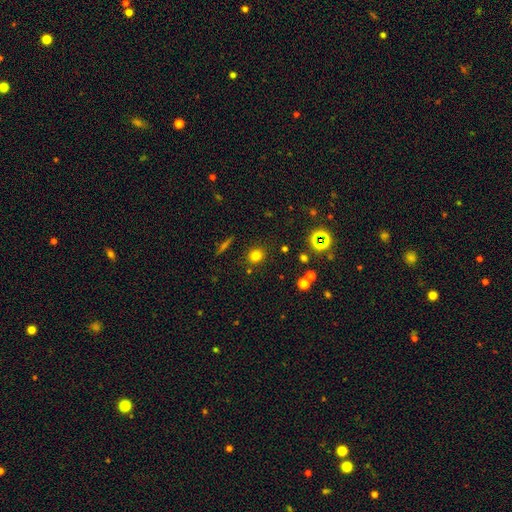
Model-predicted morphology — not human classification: smooth 75%, star or artifact 17%, featured or disk 8%. Down the decision tree: how rounded — round (81%); merging — none (85%).